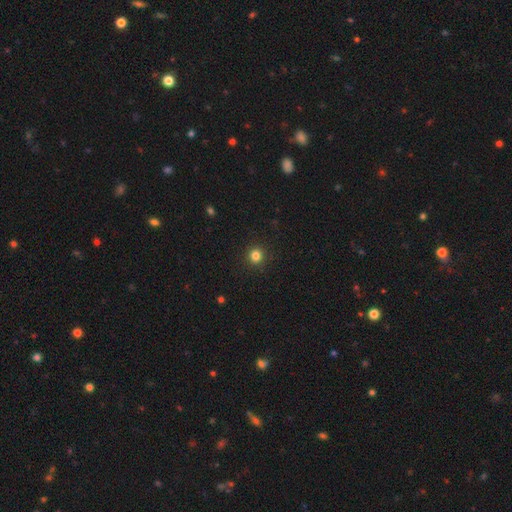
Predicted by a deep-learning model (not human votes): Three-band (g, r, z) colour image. It shows a smooth galaxy with no disk features (83%) that is round (93%). Merging: none (92%).